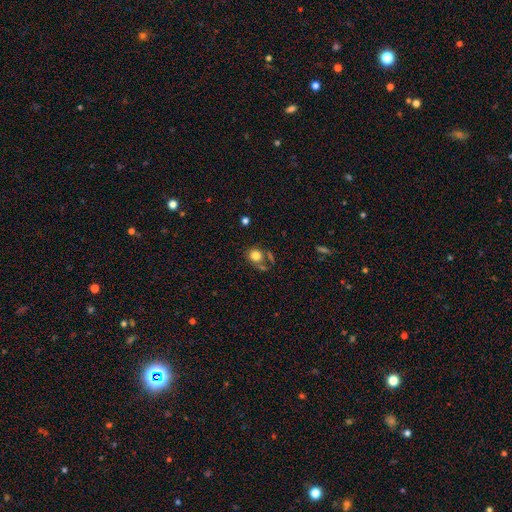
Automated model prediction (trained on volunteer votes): A smooth galaxy with no disk features (78%) that is round (78%).

Vote fractions:
- Smooth or featured? smooth: 78% / star or artifact: 11% / featured or disk: 11%
- How rounded? round: 78% / in between: 21% / cigar-shaped: 1%
- Merging? none: 55% / minor disturbance: 17% / merger: 15% / major disturbance: 12%